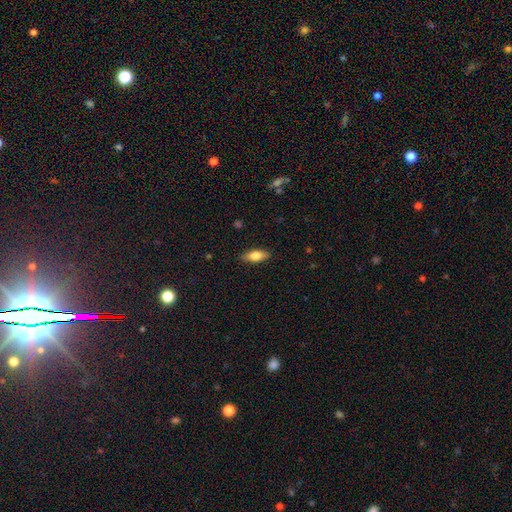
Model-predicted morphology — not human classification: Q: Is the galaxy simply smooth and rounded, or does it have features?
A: smooth — 76%.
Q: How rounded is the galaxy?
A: in between — 77%.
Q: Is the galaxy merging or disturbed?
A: none — 88%.